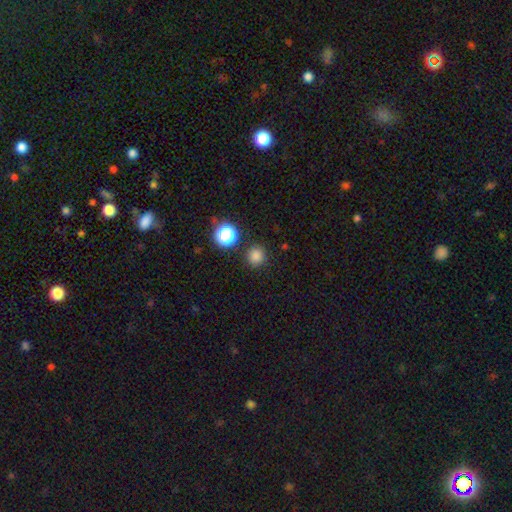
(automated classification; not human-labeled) smooth 80%, star or artifact 16%, featured or disk 4%. Down the decision tree: how rounded — round (93%); merging — none (88%).